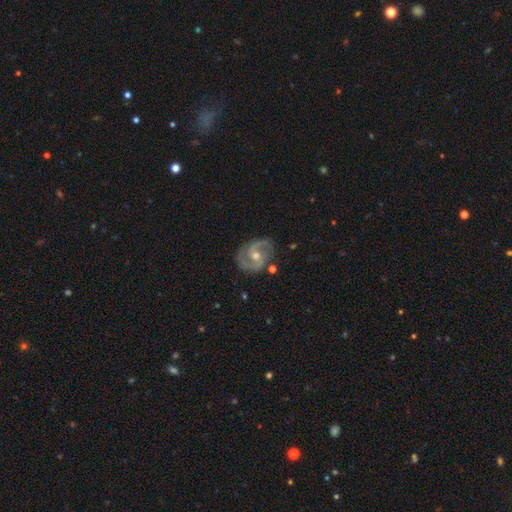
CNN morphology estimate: This appears to be a featured or disk galaxy (89%) with a weak bar (44%), 2 (91%) medium (57%) spiral arms (97%) and a moderate central bulge (67%). Merging: none (80%).